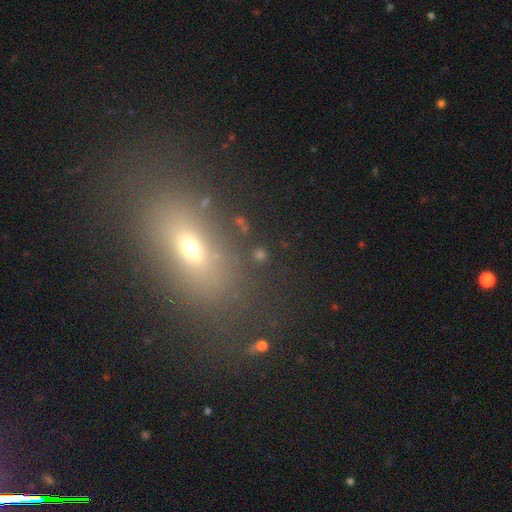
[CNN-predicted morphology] type=smooth (52%); roundness=in between (68%); merging=none (71%).